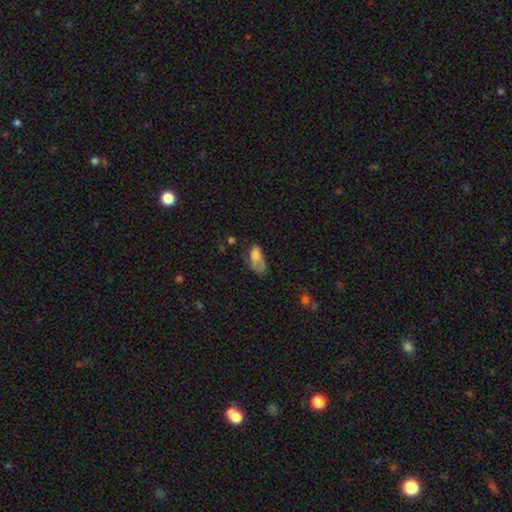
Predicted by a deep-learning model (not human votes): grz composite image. It shows a smooth galaxy with no disk features (69%) that is in between round and cigar-shaped (90%). Merging: major disturbance (36%).